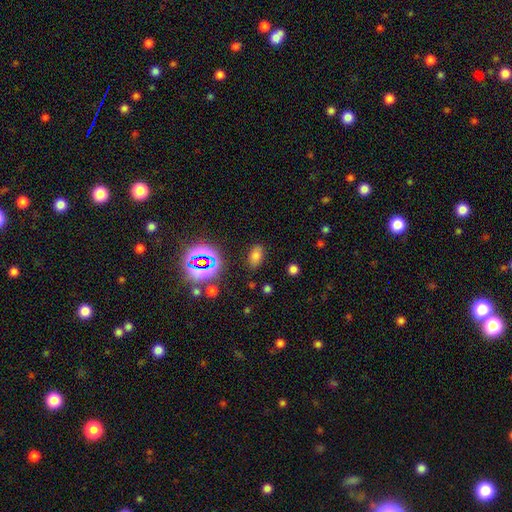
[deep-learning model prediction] smooth-or-featured: smooth: 67% | star or artifact: 24% | featured or disk: 10%
  how-rounded: in between: 89% | round: 9% | cigar-shaped: 2%
  merging: none: 84% | minor disturbance: 10% | major disturbance: 4% | merger: 2%